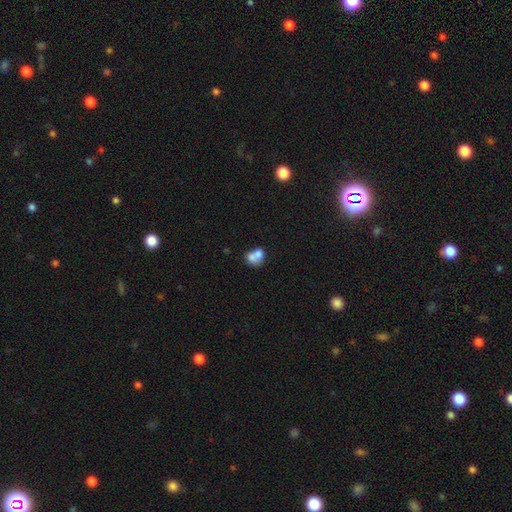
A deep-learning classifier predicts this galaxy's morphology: Smooth or featured: smooth — 70% (featured or disk — 20%)
How rounded: round — 53% (in between — 46%)
Merging: merger — 66% (none — 22%)